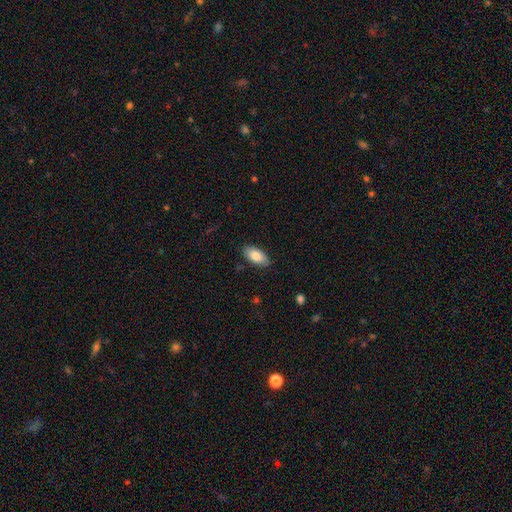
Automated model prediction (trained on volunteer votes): This is clearly a smooth galaxy (83%). How rounded: clearly in between (92%). Merging: clearly none (85%).